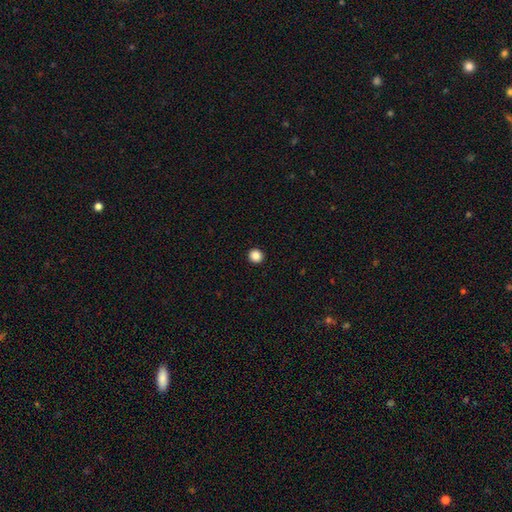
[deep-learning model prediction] Overall: smooth (87%). How rounded: round (93%). Merging: none (94%).